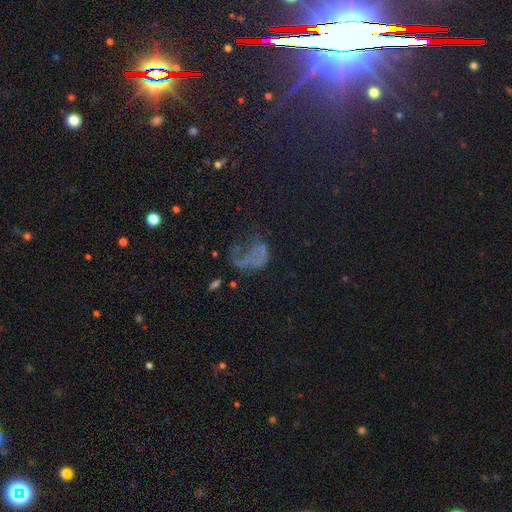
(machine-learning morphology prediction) Smooth or featured: featured or disk — 39% (star or artifact — 35%)
Merging: major disturbance — 46% (none — 31%)